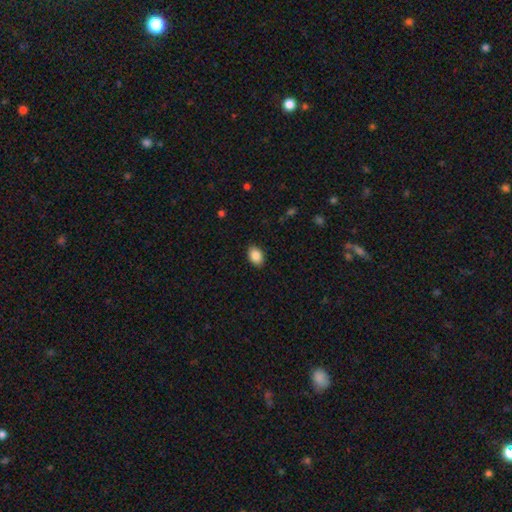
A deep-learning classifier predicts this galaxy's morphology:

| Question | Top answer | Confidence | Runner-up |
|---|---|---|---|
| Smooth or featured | smooth | 87% | star or artifact (8%) |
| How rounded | in between | 83% | round (16%) |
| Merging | none | 89% | minor disturbance (8%) |